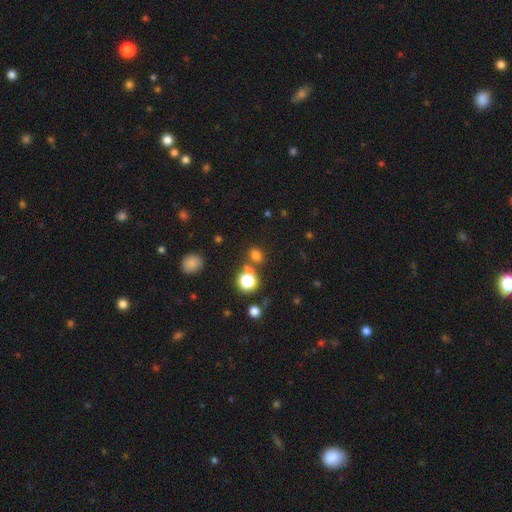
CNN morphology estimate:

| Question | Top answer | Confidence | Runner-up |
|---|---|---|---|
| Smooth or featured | smooth | 71% | star or artifact (23%) |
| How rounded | round | 61% | in between (38%) |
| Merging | none | 71% | merger (15%) |